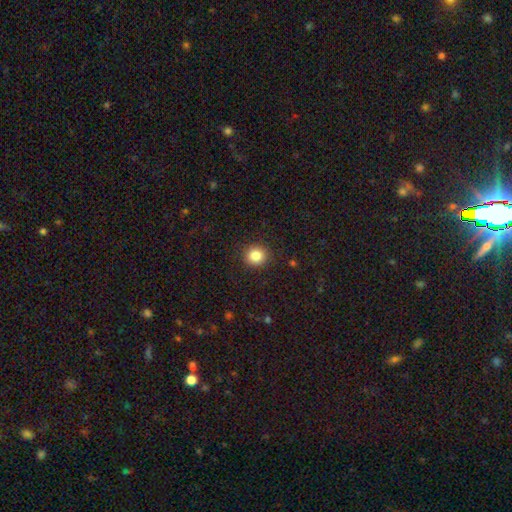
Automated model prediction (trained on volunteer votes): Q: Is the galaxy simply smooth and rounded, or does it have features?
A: smooth — 85%.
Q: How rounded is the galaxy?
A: round — 91%.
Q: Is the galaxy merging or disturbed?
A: none — 92%.